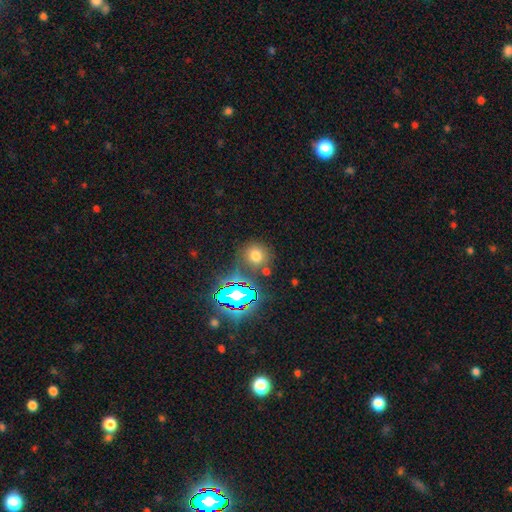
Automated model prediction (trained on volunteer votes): Smooth or featured? Predicted: smooth (p=0.63). How rounded? Predicted: round (p=0.82). Merging? Predicted: none (p=0.76).